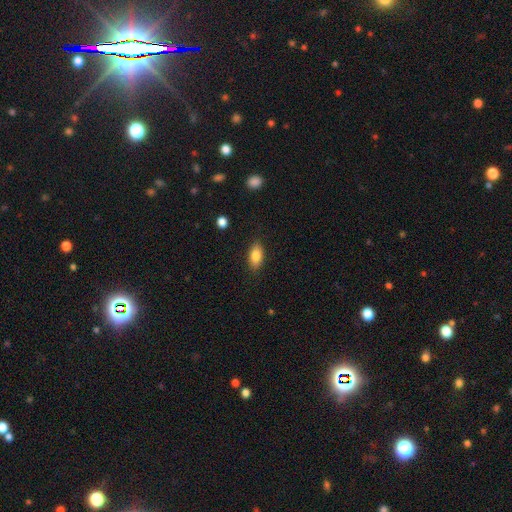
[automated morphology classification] A smooth galaxy with no disk features (83%) that is in between round and cigar-shaped (88%). Merging: none (86%).